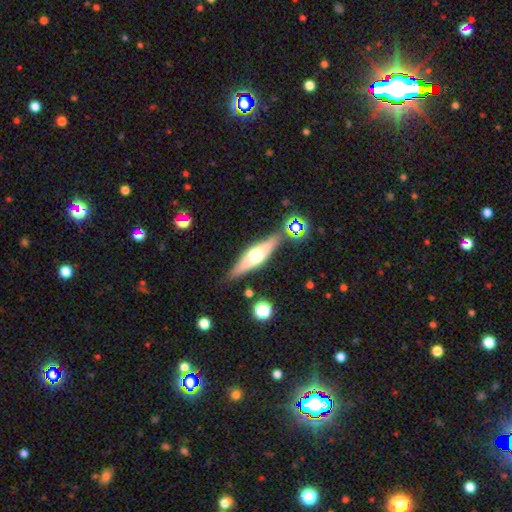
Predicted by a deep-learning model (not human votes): smooth_or_featured: featured or disk (p=0.56) [alt: smooth p=0.37]
disk_edge_on: yes (p=0.92) [alt: no p=0.08]
edge_on_bulge: rounded (p=0.92) [alt: boxy p=0.05]
merging: none (p=0.80) [alt: minor disturbance p=0.12]